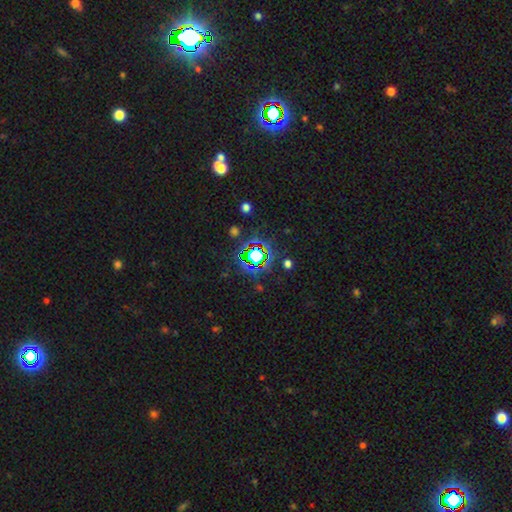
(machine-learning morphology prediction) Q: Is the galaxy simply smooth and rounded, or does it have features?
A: star or artifact — 68%.